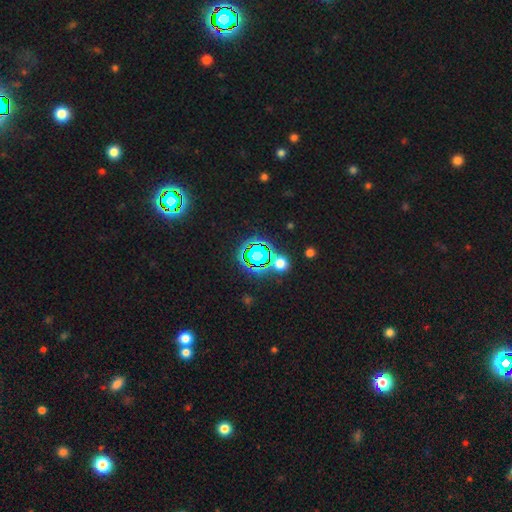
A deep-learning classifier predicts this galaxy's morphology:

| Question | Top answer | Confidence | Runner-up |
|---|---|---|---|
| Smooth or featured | star or artifact | 71% | smooth (19%) |